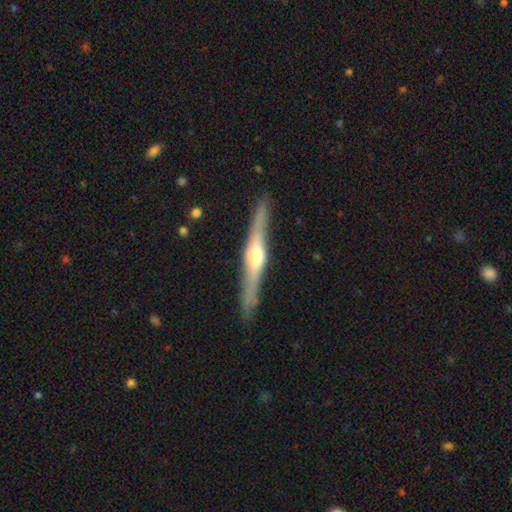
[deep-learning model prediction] Smooth or featured?
  - featured or disk: 73% *
  - smooth: 22%
  - star or artifact: 5%
Edge-on disk?
  - yes: 96% *
  - no: 4%
Edge-on bulge?
  - rounded: 88% *
  - boxy: 7%
  - none: 5%
Merging?
  - none: 87% *
  - minor disturbance: 10%
  - major disturbance: 2%
  - merger: 1%